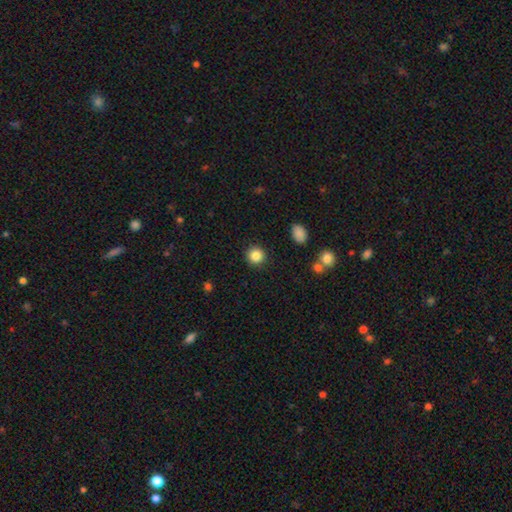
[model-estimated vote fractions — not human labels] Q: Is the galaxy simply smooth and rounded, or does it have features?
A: smooth — 85%.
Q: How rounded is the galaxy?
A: round — 93%.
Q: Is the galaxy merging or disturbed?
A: none — 91%.